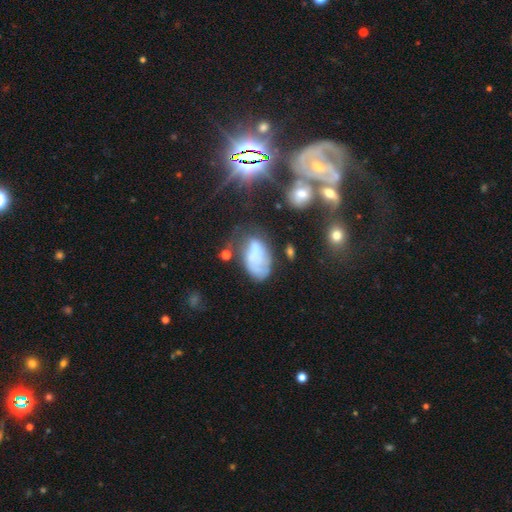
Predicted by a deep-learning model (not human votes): Q: Smooth or featured?
A: smooth (51%); runner-up: featured or disk (38%)
Q: How rounded?
A: in between (91%); runner-up: round (7%)
Q: Merging?
A: none (37%); runner-up: minor disturbance (30%)